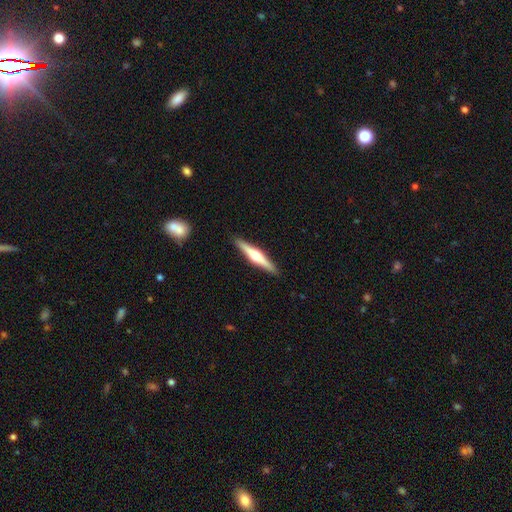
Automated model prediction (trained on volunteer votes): Smooth or featured? Predicted: featured or disk (p=0.68). Edge-on disk? Predicted: yes (p=0.98). Edge-on bulge? Predicted: rounded (p=0.93). Merging? Predicted: none (p=0.92).